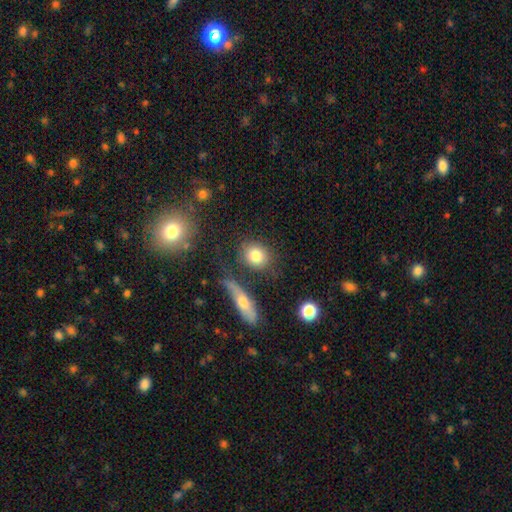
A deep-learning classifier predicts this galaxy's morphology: This appears to be a smooth galaxy with no disk features (80%) that is round (64%). Merging: none (75%).